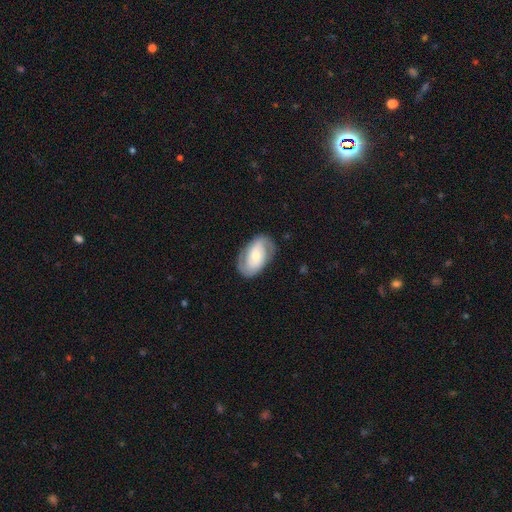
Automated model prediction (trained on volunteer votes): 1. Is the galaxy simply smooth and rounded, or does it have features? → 70% featured or disk, 24% smooth, 6% star or artifact.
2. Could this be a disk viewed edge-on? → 96% no, 4% yes.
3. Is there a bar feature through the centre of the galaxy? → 49% no, 33% weak, 18% strong.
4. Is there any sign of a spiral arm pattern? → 86% yes, 14% no.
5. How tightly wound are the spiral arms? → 42% tight, 41% medium, 17% loose.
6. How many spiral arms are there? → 83% 2, 10% can't tell, 3% 1, 2% 3, 1% 4, 1% more than 4.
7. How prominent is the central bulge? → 48% small, 42% moderate, 6% large, 2% none, 2% dominant.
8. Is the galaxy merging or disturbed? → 78% none, 15% minor disturbance, 6% major disturbance, 1% merger.